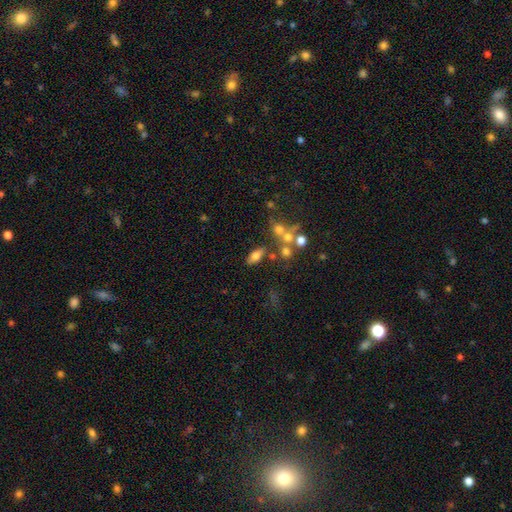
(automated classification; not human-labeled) smooth_or_featured: smooth (p=0.67) [alt: featured or disk p=0.21]
how_rounded: in between (p=0.83) [alt: cigar-shaped p=0.09]
merging: none (p=0.67) [alt: merger p=0.14]